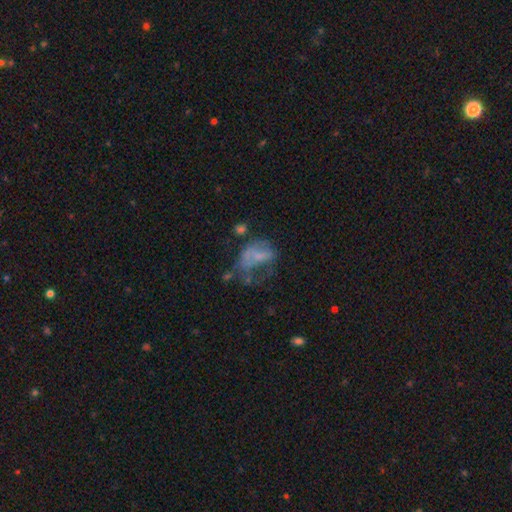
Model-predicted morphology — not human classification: type=featured or disk (45%); merging=major disturbance (47%).